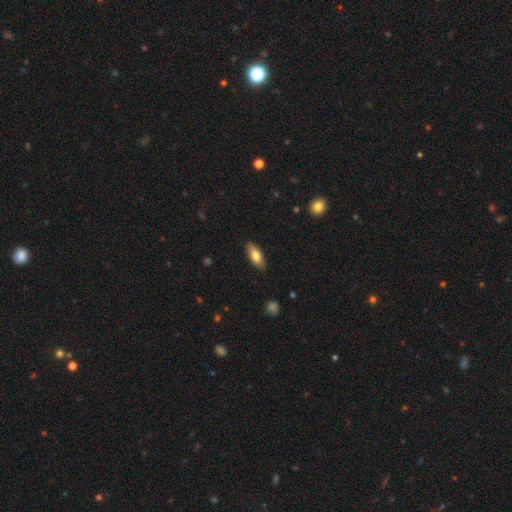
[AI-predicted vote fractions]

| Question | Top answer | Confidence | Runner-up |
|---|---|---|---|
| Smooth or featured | smooth | 74% | featured or disk (20%) |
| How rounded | in between | 77% | cigar-shaped (20%) |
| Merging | none | 86% | minor disturbance (11%) |